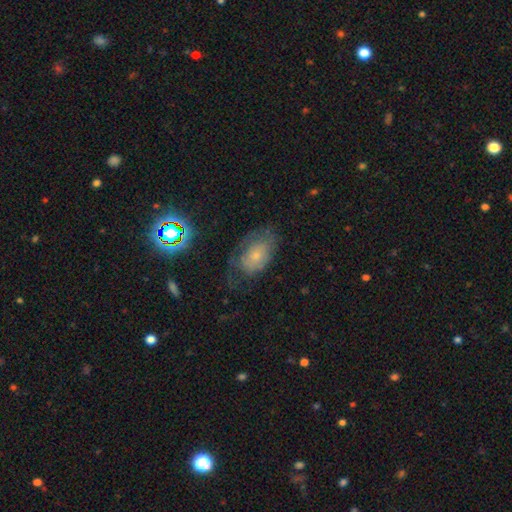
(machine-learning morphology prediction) Overall: smooth (47%; featured or disk 41%). Merging: none (45%; minor disturbance 27%).